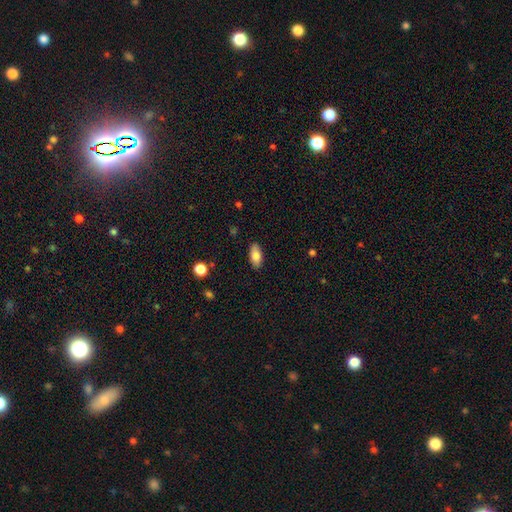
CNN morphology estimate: The model was most divided on "smooth or featured": smooth: 82%, featured or disk: 11%, star or artifact: 7%. More confident: how rounded — in between (88%); merging — none (87%).